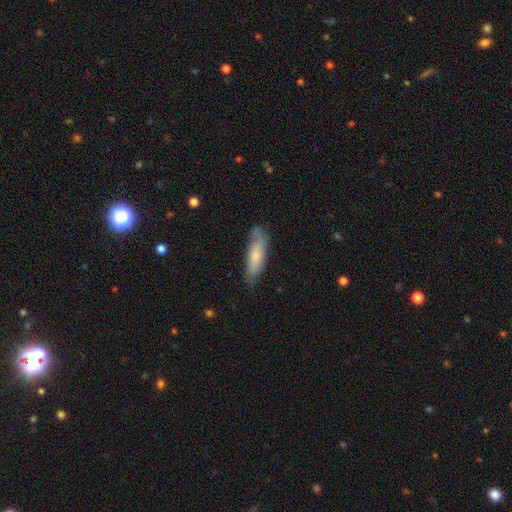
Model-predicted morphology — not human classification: Q: Smooth or featured?
A: smooth (70%); runner-up: featured or disk (24%)
Q: How rounded?
A: cigar-shaped (56%); runner-up: in between (42%)
Q: Merging?
A: none (66%); runner-up: minor disturbance (26%)